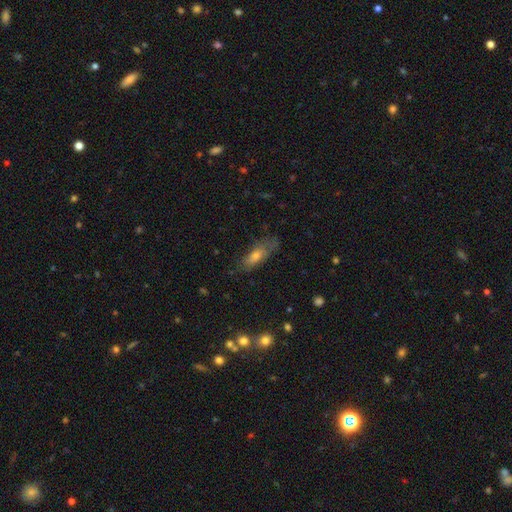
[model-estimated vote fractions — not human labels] A smooth galaxy with no disk features (58%) that is in between round and cigar-shaped (61%). Merging: none (63%).